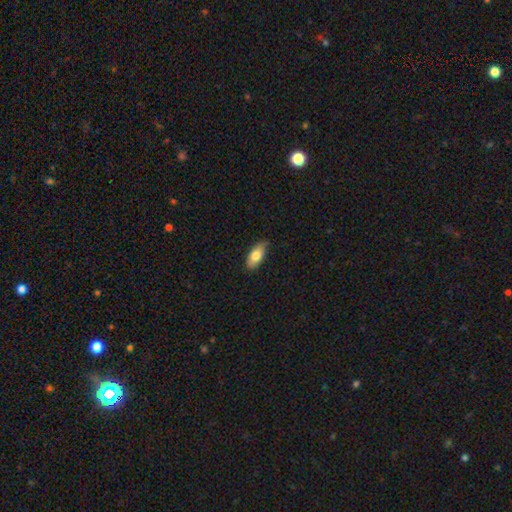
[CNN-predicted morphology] Smooth or featured: smooth — 78% (featured or disk — 16%)
How rounded: in between — 85% (cigar-shaped — 12%)
Merging: none — 83% (minor disturbance — 14%)